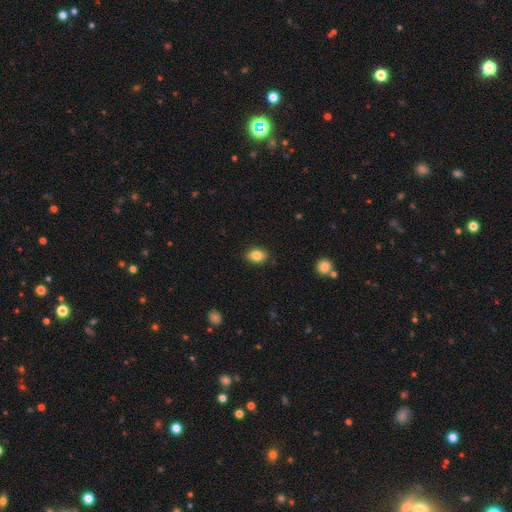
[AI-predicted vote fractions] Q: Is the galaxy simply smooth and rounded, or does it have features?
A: smooth — 84%.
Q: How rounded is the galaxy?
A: in between — 74%.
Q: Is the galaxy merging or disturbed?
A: none — 87%.